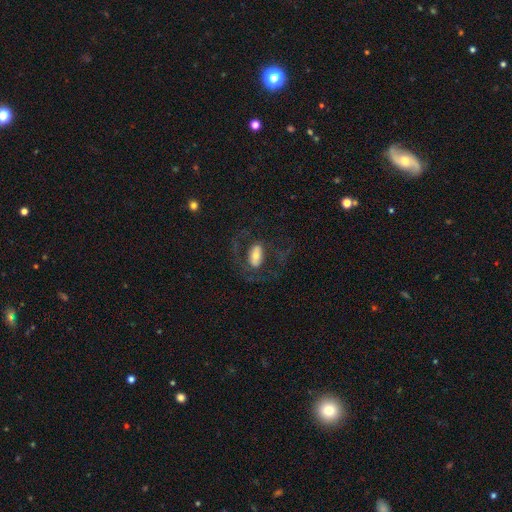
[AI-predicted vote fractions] Q: Smooth or featured?
A: smooth (46%); runner-up: featured or disk (44%)
Q: Merging?
A: none (55%); runner-up: major disturbance (28%)